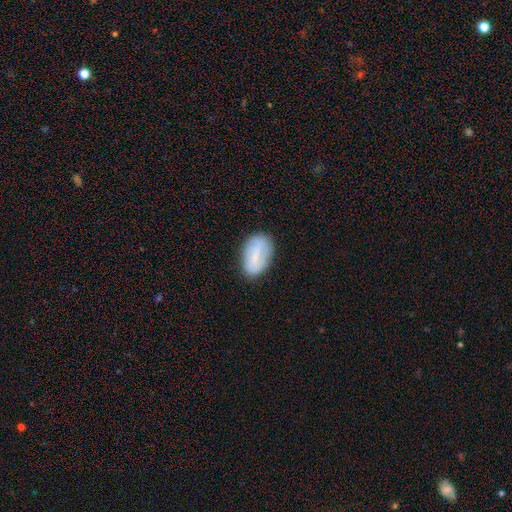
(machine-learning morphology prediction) Q: Smooth or featured?
A: smooth (53%); runner-up: featured or disk (39%)
Q: How rounded?
A: in between (91%); runner-up: round (6%)
Q: Merging?
A: none (78%); runner-up: minor disturbance (17%)